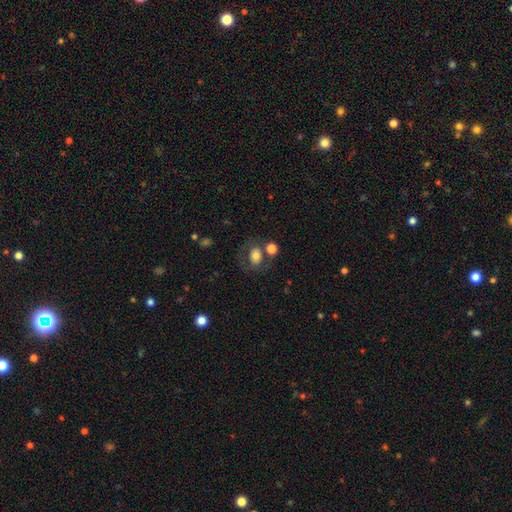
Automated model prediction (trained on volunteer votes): smooth_or_featured: smooth (p=0.69) [alt: featured or disk p=0.21]
how_rounded: round (p=0.53) [alt: in between p=0.46]
merging: none (p=0.58) [alt: merger p=0.17]